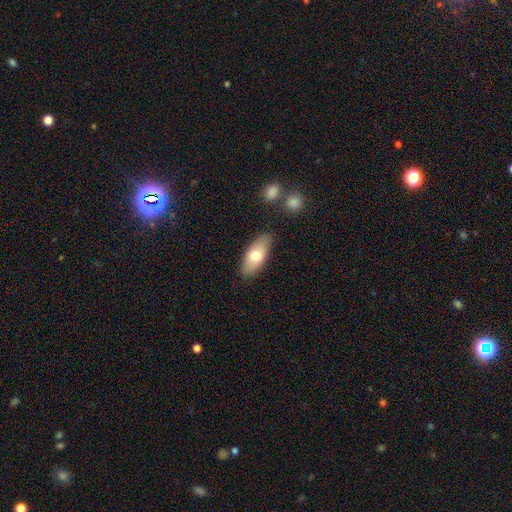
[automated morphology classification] Smooth or featured: smooth — 69% (featured or disk — 25%)
How rounded: in between — 84% (cigar-shaped — 13%)
Merging: none — 83% (minor disturbance — 12%)